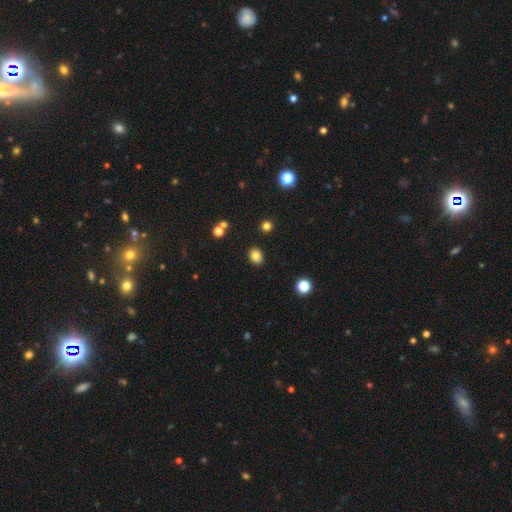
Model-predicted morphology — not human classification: This is clearly a smooth galaxy (82%). How rounded: possibly round (51%). Merging: clearly none (89%).